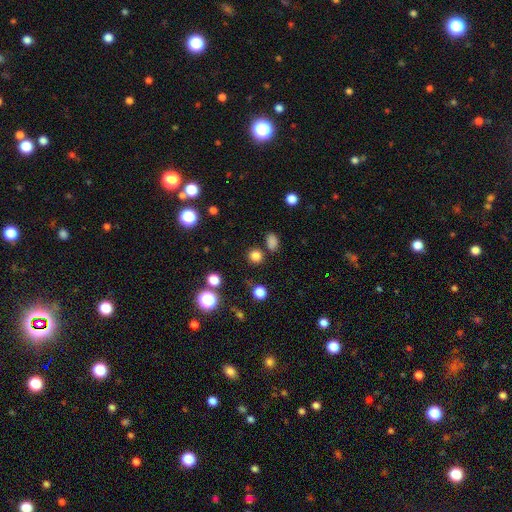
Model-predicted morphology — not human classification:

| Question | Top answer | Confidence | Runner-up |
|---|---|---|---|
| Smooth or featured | smooth | 78% | star or artifact (18%) |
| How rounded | round | 86% | in between (12%) |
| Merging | none | 81% | minor disturbance (8%) |